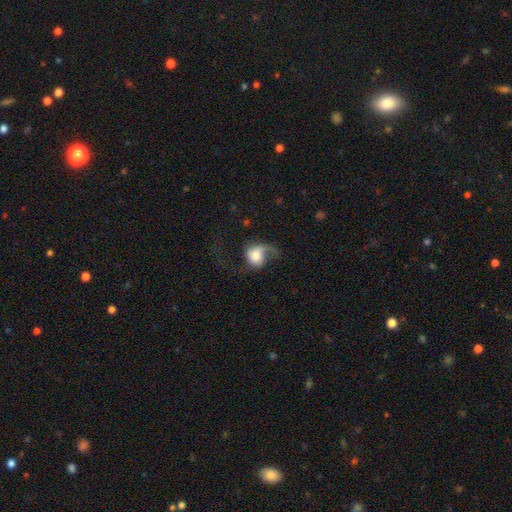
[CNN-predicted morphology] A featured or disk galaxy (46%, tied with smooth). Merging: major disturbance (46%).